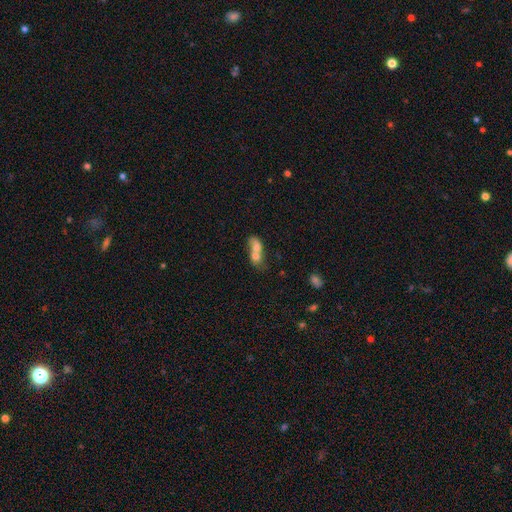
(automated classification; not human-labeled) Morphology: type=smooth (66%); roundness=in between (62%); merging=merger (76%).